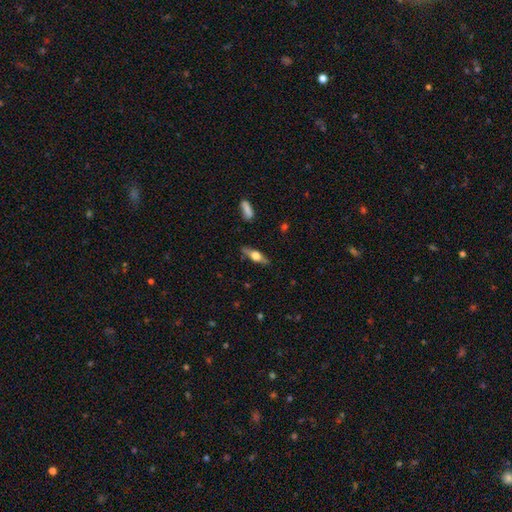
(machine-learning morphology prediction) This appears to be a featured or disk galaxy (49%). Merging: none (82%).